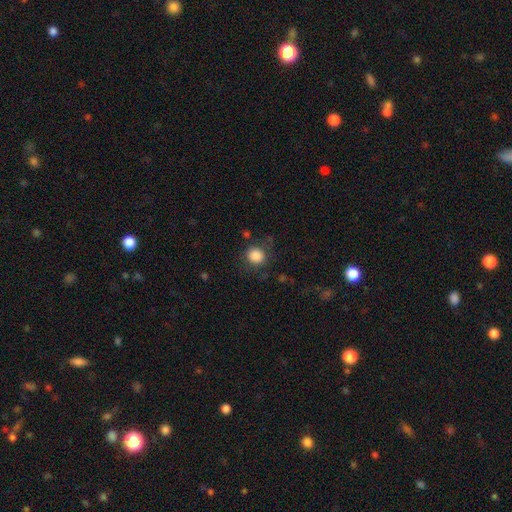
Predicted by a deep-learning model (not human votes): Smooth or featured?
  - smooth: 86% *
  - star or artifact: 10%
  - featured or disk: 4%
How rounded?
  - round: 86% *
  - in between: 13%
  - cigar-shaped: 1%
Merging?
  - none: 78% *
  - minor disturbance: 14%
  - major disturbance: 6%
  - merger: 2%